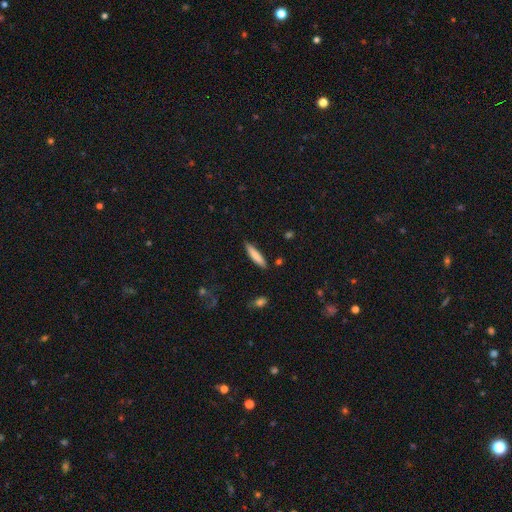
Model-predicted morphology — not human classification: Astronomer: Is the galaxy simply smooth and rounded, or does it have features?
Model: smooth — 80%.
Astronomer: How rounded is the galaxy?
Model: cigar-shaped — 85%.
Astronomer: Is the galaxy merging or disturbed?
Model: none — 85%.